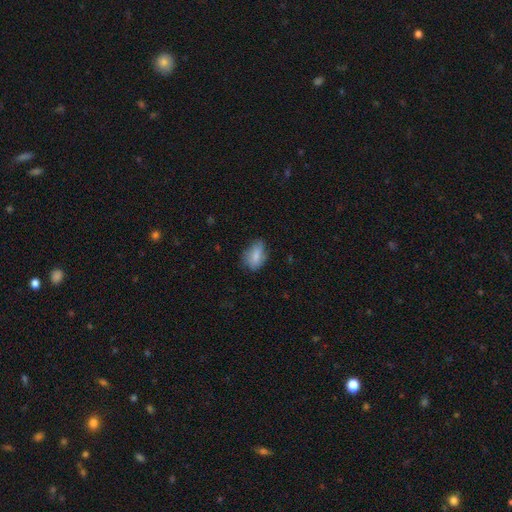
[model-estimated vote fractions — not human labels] Q: Smooth or featured?
A: smooth (77%); runner-up: featured or disk (15%)
Q: How rounded?
A: in between (85%); runner-up: round (11%)
Q: Merging?
A: none (59%); runner-up: minor disturbance (31%)